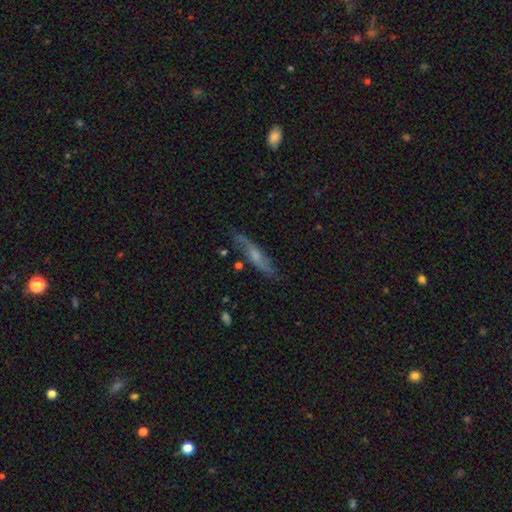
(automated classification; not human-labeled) smooth_or_featured: featured or disk (p=0.53) [alt: smooth p=0.39]
disk_edge_on: yes (p=0.57) [alt: no p=0.43]
merging: none (p=0.76) [alt: minor disturbance p=0.17]